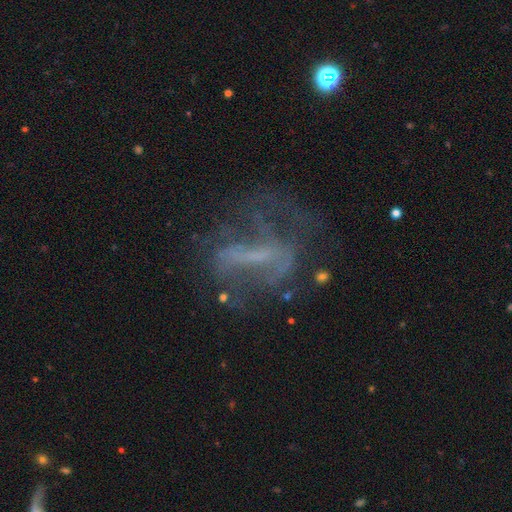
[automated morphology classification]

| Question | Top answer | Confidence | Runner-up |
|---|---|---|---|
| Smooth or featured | featured or disk | 67% | star or artifact (17%) |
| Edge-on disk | no | 89% | yes (11%) |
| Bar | strong | 41% | no (31%) |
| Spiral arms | no | 55% | yes (45%) |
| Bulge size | none | 55% | small (31%) |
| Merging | none | 42% | major disturbance (34%) |